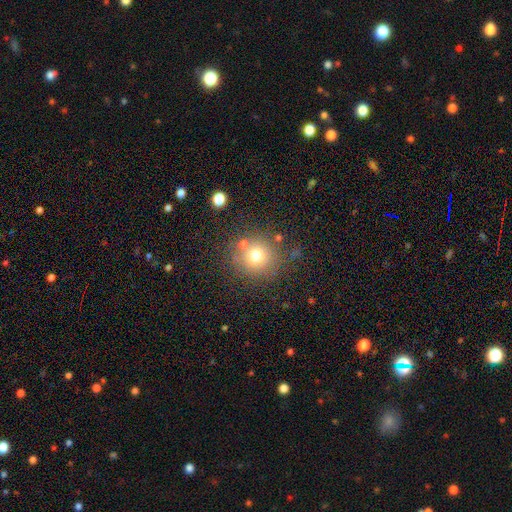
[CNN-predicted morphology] Overall: smooth (72%). How rounded: round (93%). Merging: none (77%).